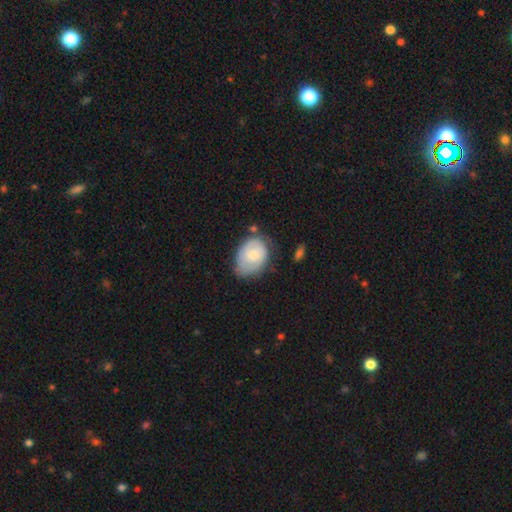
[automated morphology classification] A smooth galaxy with no disk features (49%).

Vote fractions:
- Smooth or featured? smooth: 49% / featured or disk: 45% / star or artifact: 6%
- Merging? none: 56% / minor disturbance: 30% / major disturbance: 10% / merger: 4%